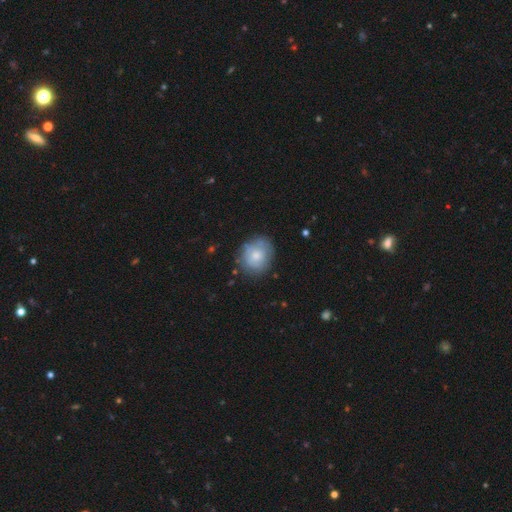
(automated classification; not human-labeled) A smooth galaxy with no disk features (68%) that is round (72%).

Vote fractions:
- Smooth or featured? smooth: 68% / featured or disk: 24% / star or artifact: 7%
- How rounded? round: 72% / in between: 27% / cigar-shaped: 1%
- Merging? none: 73% / minor disturbance: 19% / major disturbance: 6% / merger: 2%